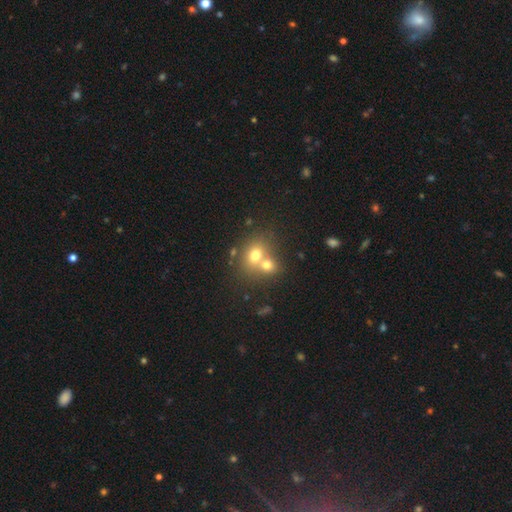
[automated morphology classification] A smooth galaxy with no disk features (69%) that is round (60%).

Vote fractions:
- Smooth or featured? smooth: 69% / featured or disk: 18% / star or artifact: 13%
- How rounded? round: 60% / in between: 39% / cigar-shaped: 1%
- Merging? merger: 57% / none: 33% / minor disturbance: 7% / major disturbance: 3%